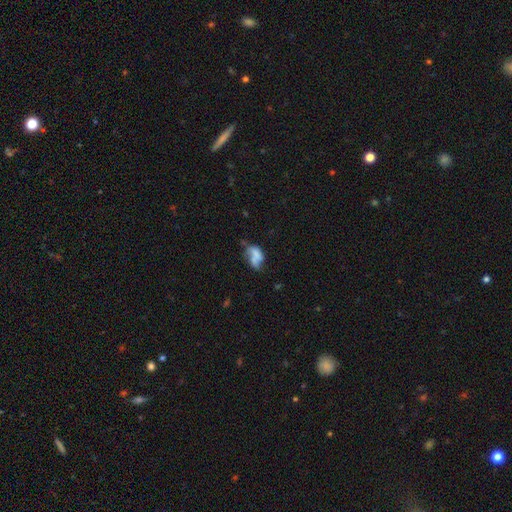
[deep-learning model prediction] This appears to be a smooth galaxy with no disk features (54%) that is in between round and cigar-shaped (85%). Merging: none (27%).